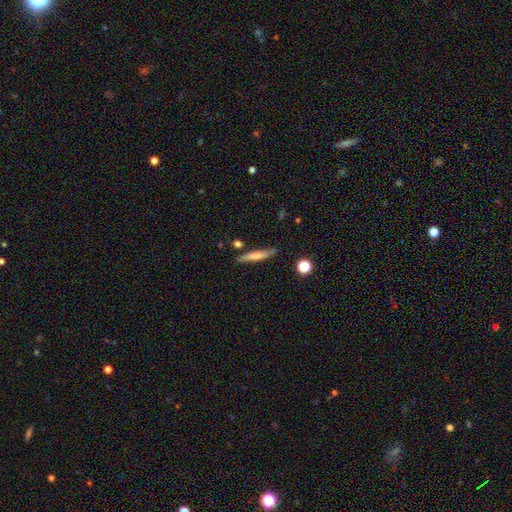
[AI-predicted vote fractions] The model was most divided on "smooth or featured": smooth: 65%, featured or disk: 28%, star or artifact: 7%. More confident: how rounded — cigar-shaped (92%); merging — none (80%).